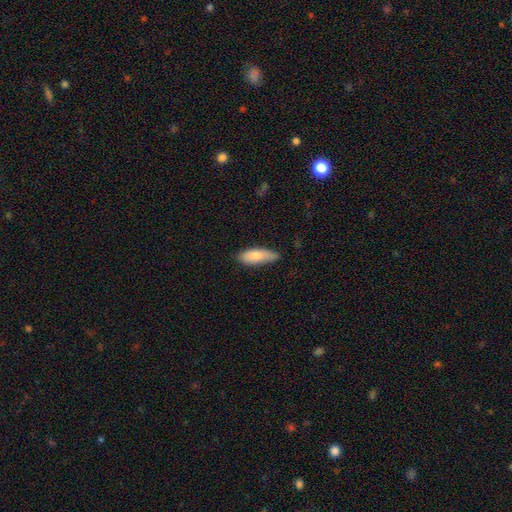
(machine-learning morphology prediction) Smooth or featured? Predicted: smooth (p=0.79). How rounded? Predicted: in between (p=0.69). Merging? Predicted: none (p=0.64).